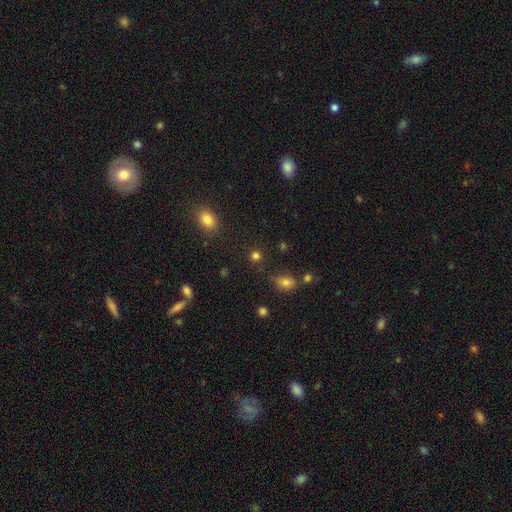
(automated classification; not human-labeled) smooth 79%, star or artifact 16%, featured or disk 5%. Down the decision tree: how rounded — round (87%); merging — none (83%).